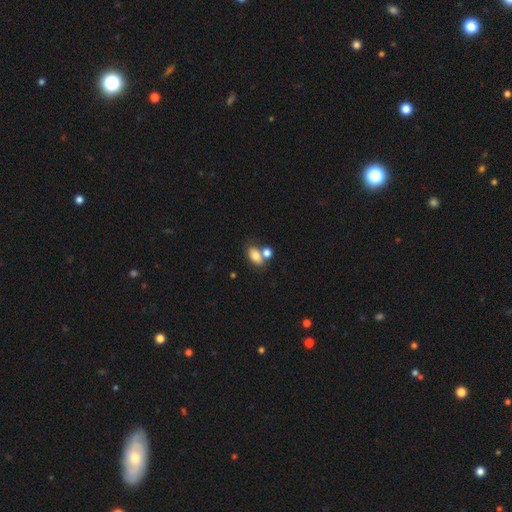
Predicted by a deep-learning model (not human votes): The model was most divided on "merging": none: 46%, merger: 37%, minor disturbance: 12%, major disturbance: 5%. More confident: how rounded — in between (84%); smooth or featured — smooth (78%).